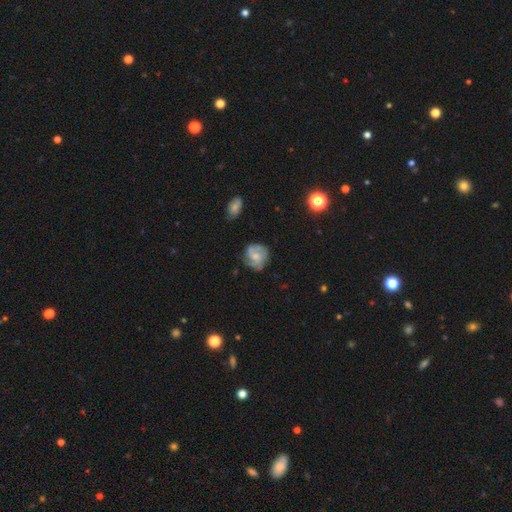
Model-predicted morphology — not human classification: smooth-or-featured: featured or disk: 59% | smooth: 33% | star or artifact: 8%
  disk-edge-on: no: 98% | yes: 2%
    bar: no: 67% | weak: 29% | strong: 5%
    has-spiral-arms: yes: 80% | no: 20%
    bulge-size: moderate: 47% | small: 41% | none: 7% | large: 3% | dominant: 1%
  merging: none: 64% | minor disturbance: 24% | major disturbance: 9% | merger: 2%